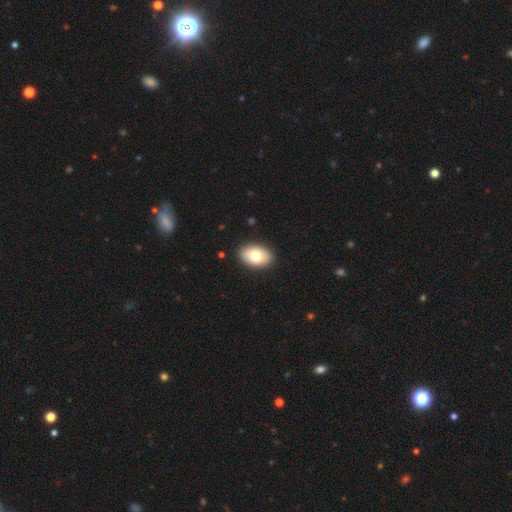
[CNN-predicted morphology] smooth-or-featured: smooth: 74% | featured or disk: 19% | star or artifact: 7%
  how-rounded: in between: 88% | round: 11% | cigar-shaped: 1%
  merging: none: 89% | minor disturbance: 8% | major disturbance: 2% | merger: 1%